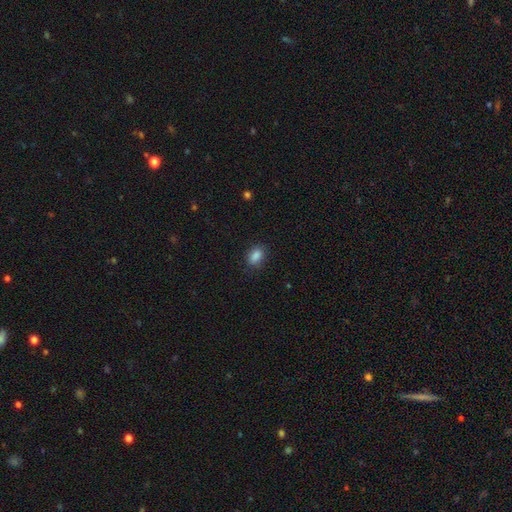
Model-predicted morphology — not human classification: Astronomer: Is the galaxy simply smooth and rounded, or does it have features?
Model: smooth — 87%.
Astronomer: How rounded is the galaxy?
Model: in between — 84%.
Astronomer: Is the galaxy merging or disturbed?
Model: none — 83%.